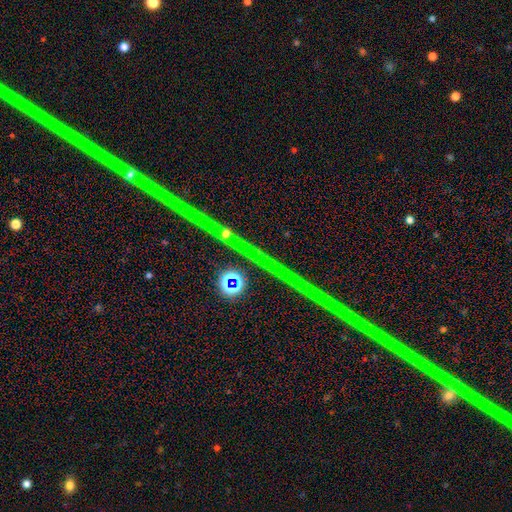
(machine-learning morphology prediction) A star or artifact, not a galaxy (88%).